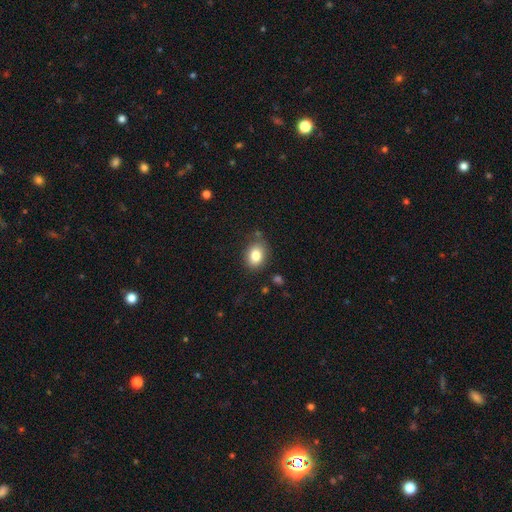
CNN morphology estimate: Overall: smooth (83%). How rounded: in between (64%; round 35%). Merging: none (78%).